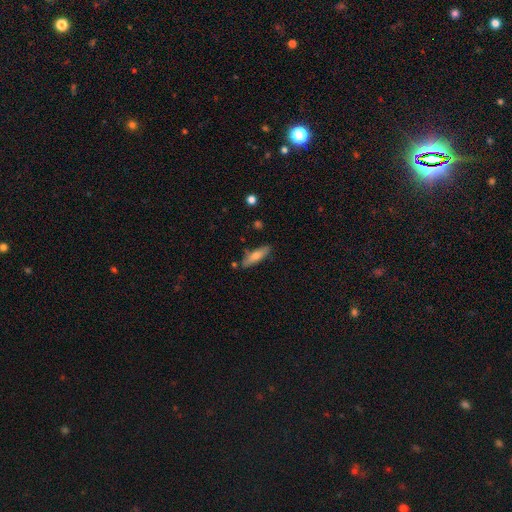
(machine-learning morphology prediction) Smooth or featured? Predicted: smooth (p=0.68). How rounded? Predicted: cigar-shaped (p=0.56). Merging? Predicted: none (p=0.80).